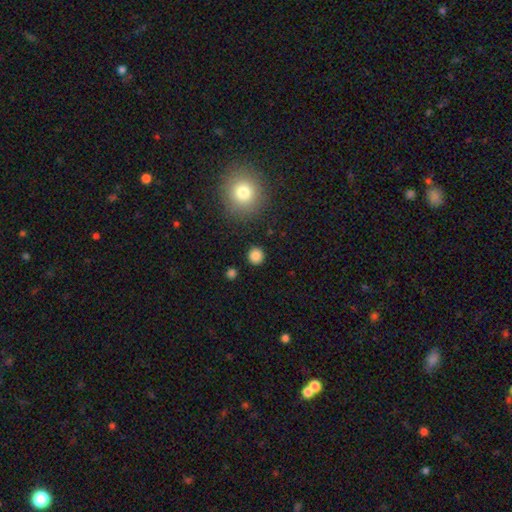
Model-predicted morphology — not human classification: Smooth or featured: smooth — 85% (star or artifact — 11%)
How rounded: round — 93% (in between — 6%)
Merging: none — 90% (minor disturbance — 6%)